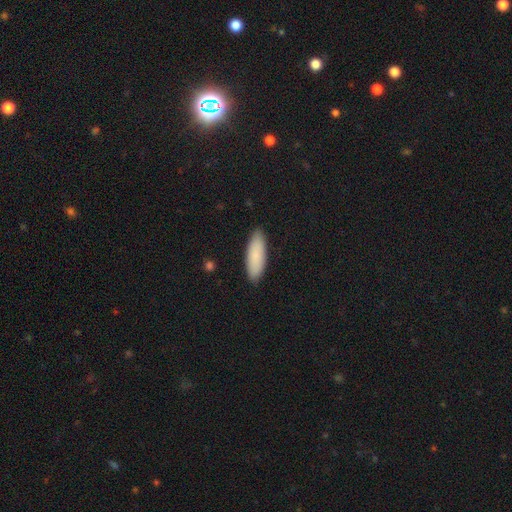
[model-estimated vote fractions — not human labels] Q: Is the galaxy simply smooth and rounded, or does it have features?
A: smooth — 87%.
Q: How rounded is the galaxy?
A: in between — 58%.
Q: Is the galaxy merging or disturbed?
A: none — 89%.